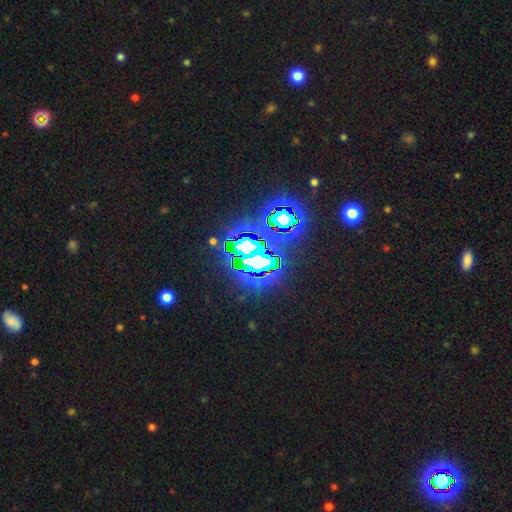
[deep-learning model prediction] smooth_or_featured: star or artifact (p=0.81) [alt: featured or disk p=0.10]